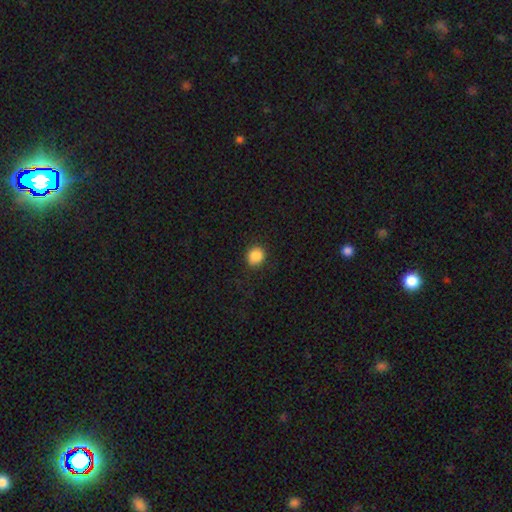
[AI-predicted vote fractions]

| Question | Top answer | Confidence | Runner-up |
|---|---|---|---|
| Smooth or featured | smooth | 88% | star or artifact (9%) |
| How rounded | round | 81% | in between (18%) |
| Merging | none | 88% | minor disturbance (8%) |